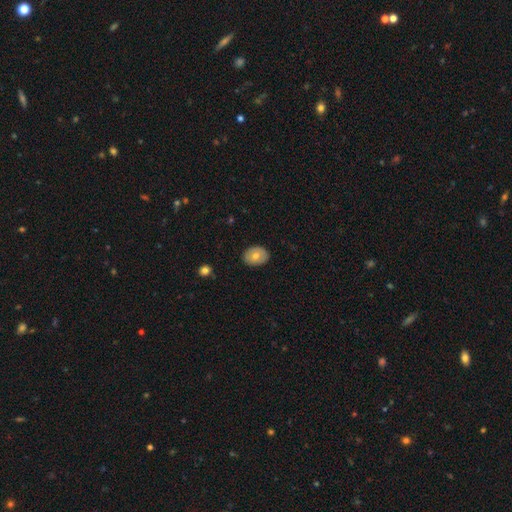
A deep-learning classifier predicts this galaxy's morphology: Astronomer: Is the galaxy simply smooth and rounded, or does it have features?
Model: smooth — 66%.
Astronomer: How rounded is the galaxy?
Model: in between — 66%.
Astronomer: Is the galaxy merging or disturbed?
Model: none — 87%.